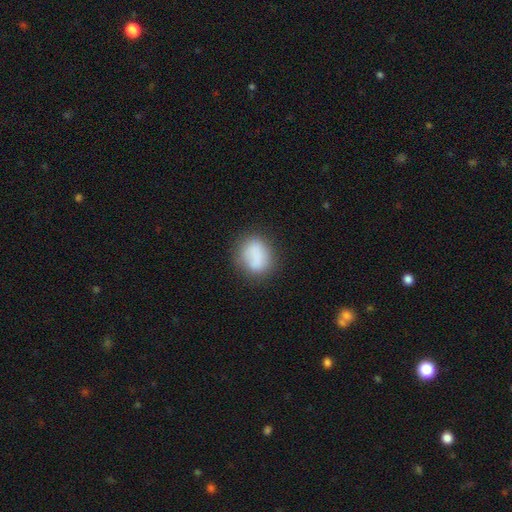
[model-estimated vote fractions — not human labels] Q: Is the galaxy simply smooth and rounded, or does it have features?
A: smooth — 77%.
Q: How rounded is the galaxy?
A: round — 49%.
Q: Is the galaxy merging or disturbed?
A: none — 64%.